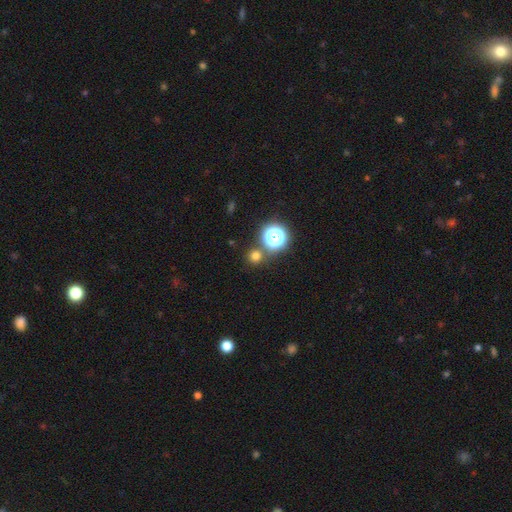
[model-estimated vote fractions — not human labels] Overall: smooth (70%). How rounded: round (92%). Merging: none (77%).